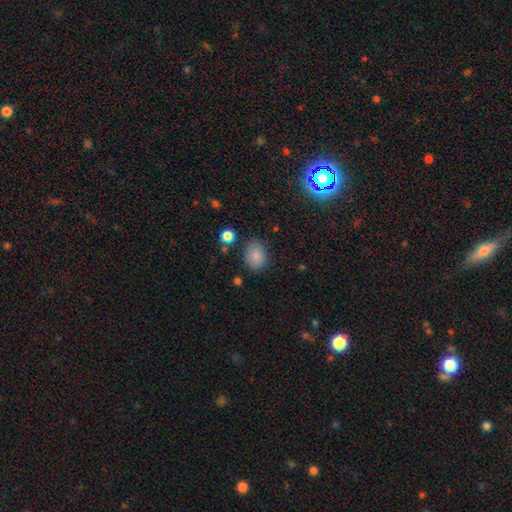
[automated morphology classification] This is clearly a smooth galaxy (85%). How rounded: likely in between (69%). Merging: clearly none (80%).